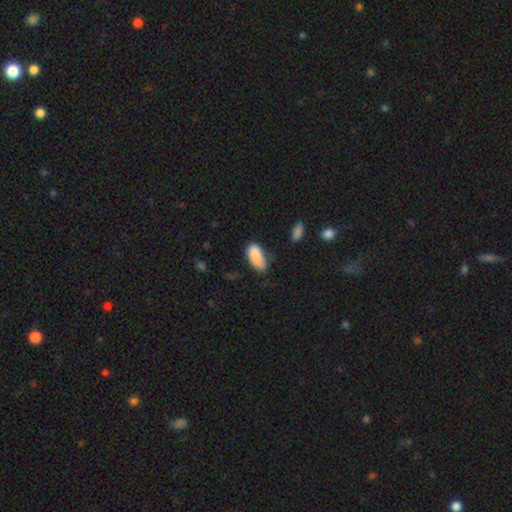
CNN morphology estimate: smooth_or_featured: smooth (p=0.88) [alt: star or artifact p=0.07]
how_rounded: in between (p=0.91) [alt: cigar-shaped p=0.07]
merging: none (p=0.57) [alt: minor disturbance p=0.32]